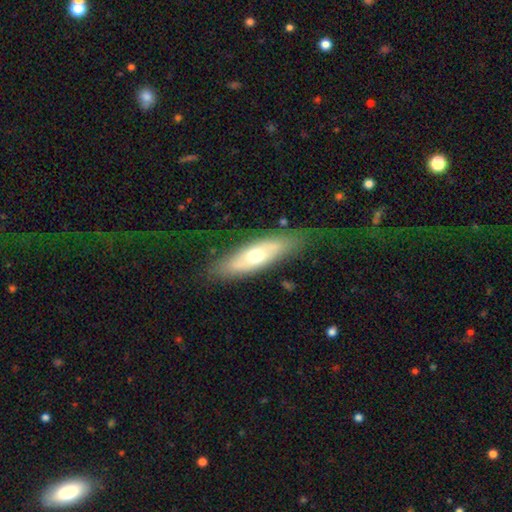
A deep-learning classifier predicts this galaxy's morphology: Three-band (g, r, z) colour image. It shows a smooth galaxy with no disk features (51%) that is in between round and cigar-shaped (52%). Merging: none (72%).